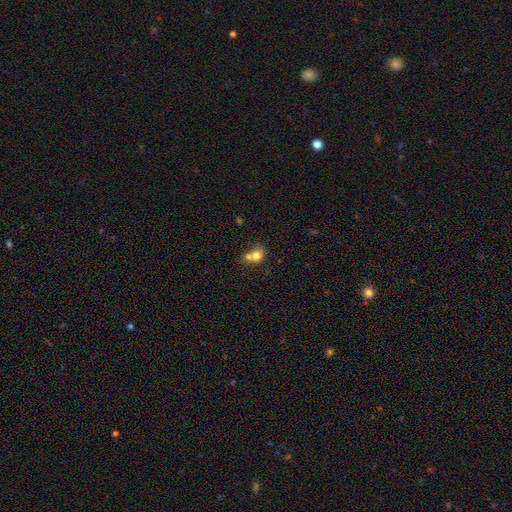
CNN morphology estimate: Smooth or featured: smooth — 76% (featured or disk — 13%)
How rounded: round — 73% (in between — 26%)
Merging: merger — 55% (none — 33%)